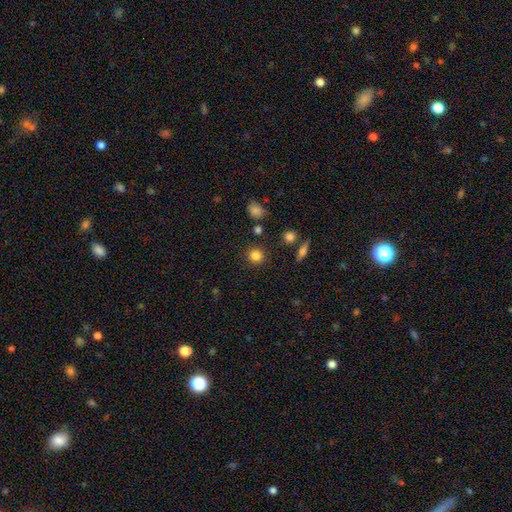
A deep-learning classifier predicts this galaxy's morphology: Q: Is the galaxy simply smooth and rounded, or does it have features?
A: smooth — 83%.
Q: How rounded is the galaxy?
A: round — 89%.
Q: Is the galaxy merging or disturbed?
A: none — 87%.